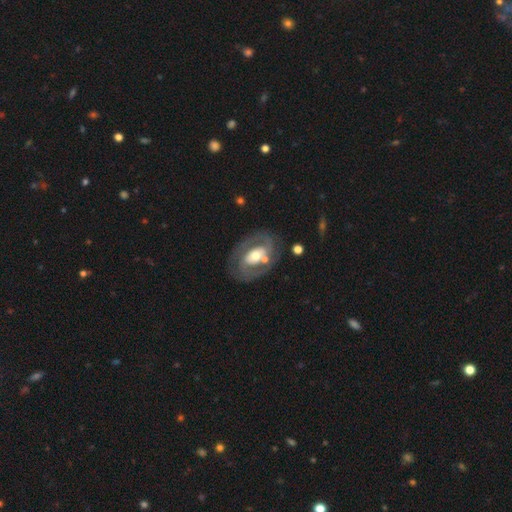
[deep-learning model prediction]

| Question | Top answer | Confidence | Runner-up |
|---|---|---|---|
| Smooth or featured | featured or disk | 77% | smooth (18%) |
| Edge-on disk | no | 95% | yes (5%) |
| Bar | no | 48% | weak (29%) |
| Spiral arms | yes | 72% | no (28%) |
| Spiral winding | tight | 49% | medium (38%) |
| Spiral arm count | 2 | 71% | can't tell (15%) |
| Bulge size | moderate | 61% | small (19%) |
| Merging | none | 67% | minor disturbance (16%) |